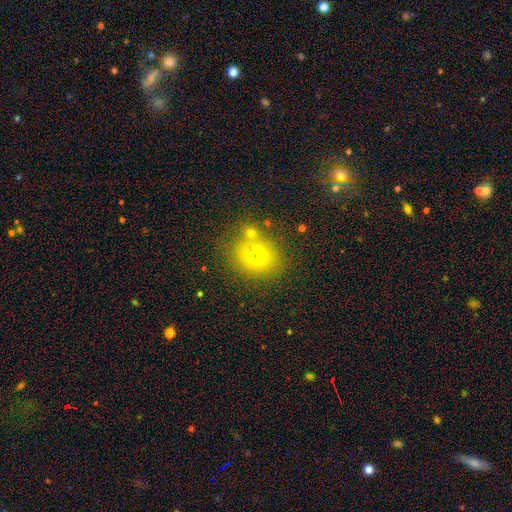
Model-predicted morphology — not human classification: The model was most divided on "how rounded": round: 71%, in between: 28%, cigar-shaped: 1%. More confident: merging — none (68%); smooth or featured — smooth (64%).